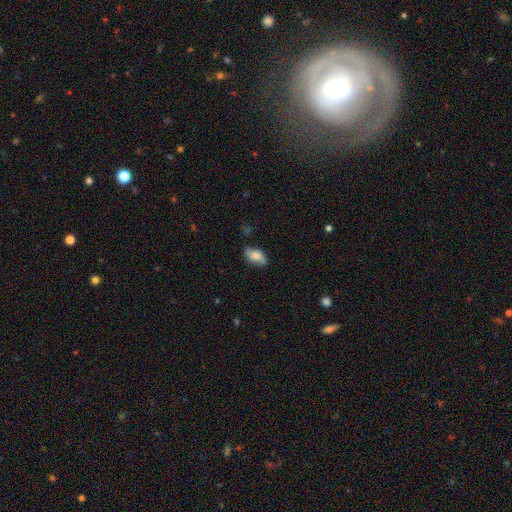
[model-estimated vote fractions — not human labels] smooth 72%, featured or disk 20%, star or artifact 8%. Down the decision tree: how rounded — in between (91%); merging — none (75%).